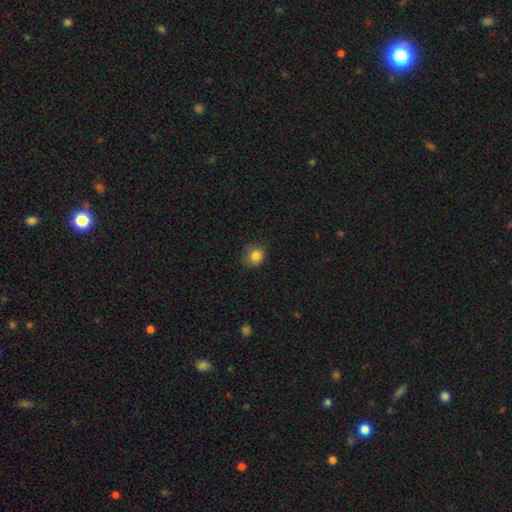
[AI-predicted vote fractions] Overall: smooth (83%). How rounded: round (77%). Merging: none (70%).